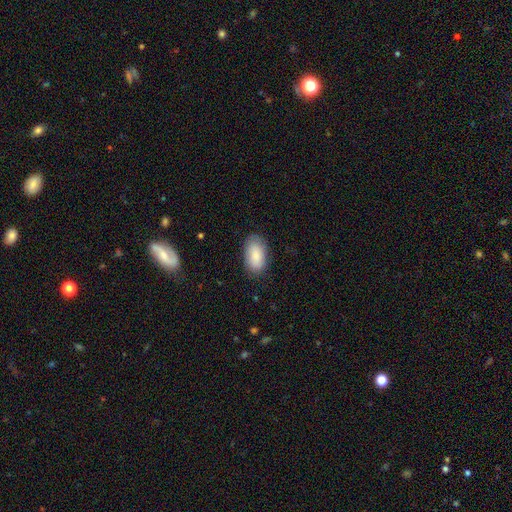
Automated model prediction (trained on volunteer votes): The model was most divided on "merging": none: 80%, minor disturbance: 15%, major disturbance: 4%, merger: 1%. More confident: how rounded — in between (94%); smooth or featured — smooth (84%).